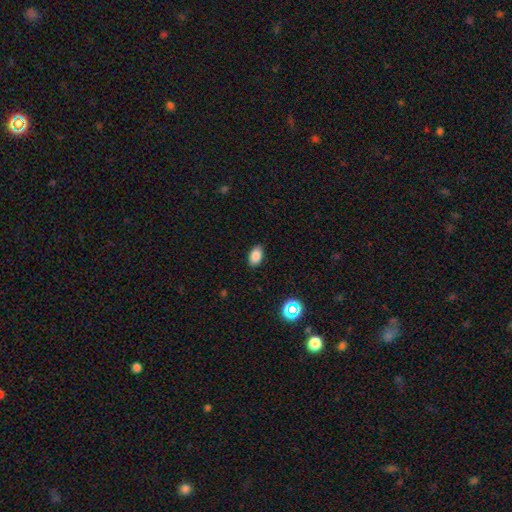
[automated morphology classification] This is clearly a smooth galaxy (85%). How rounded: clearly in between (91%). Merging: clearly none (88%).